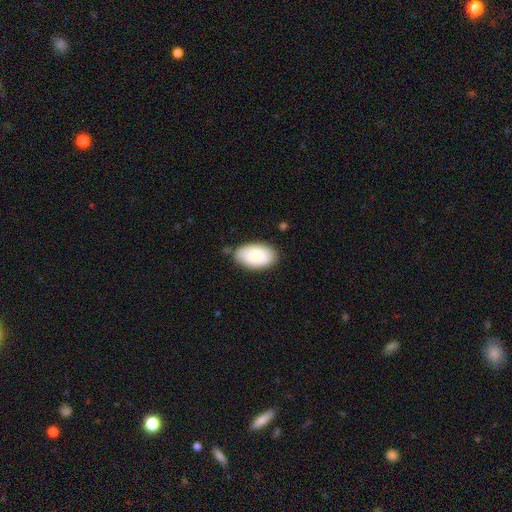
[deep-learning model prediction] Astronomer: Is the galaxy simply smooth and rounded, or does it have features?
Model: smooth — 82%.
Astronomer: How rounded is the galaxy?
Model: in between — 95%.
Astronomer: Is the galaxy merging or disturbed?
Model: none — 78%.